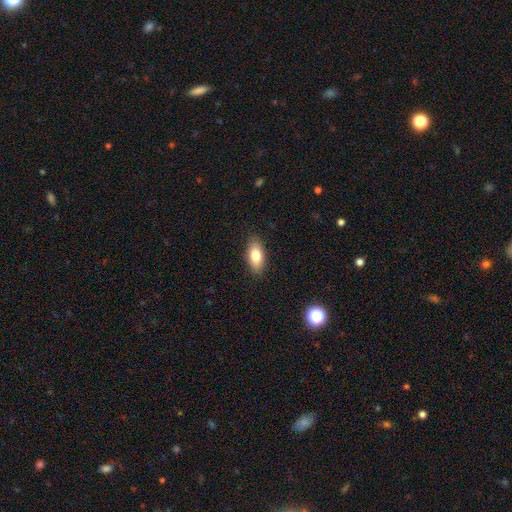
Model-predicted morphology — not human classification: type=smooth (80%); roundness=in between (86%); merging=none (87%).